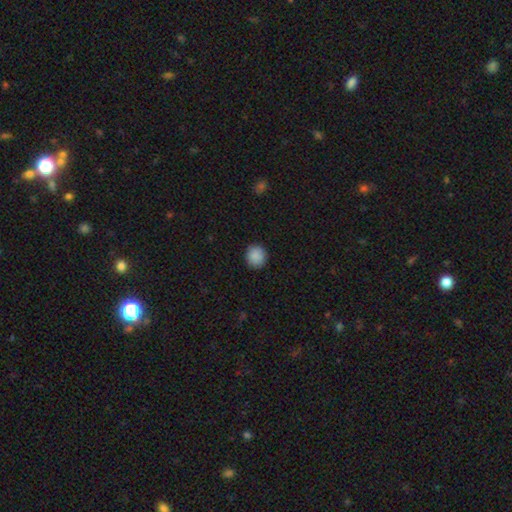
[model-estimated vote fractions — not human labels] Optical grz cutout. It shows a smooth galaxy with no disk features (89%) that is round (86%). Merging: none (91%).